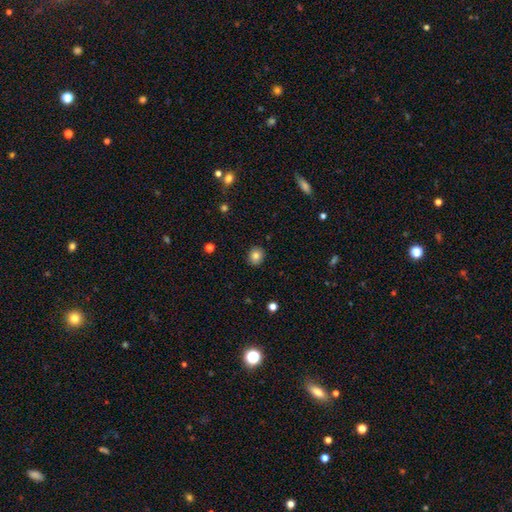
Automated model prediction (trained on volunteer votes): This appears to be a smooth galaxy with no disk features (82%) that is round (75%). Merging: none (90%).